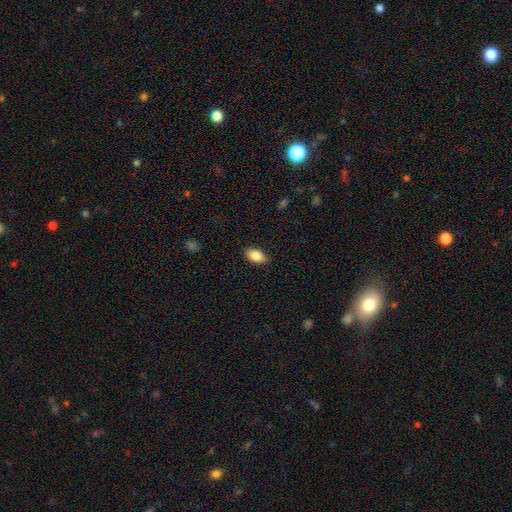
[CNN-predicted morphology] A smooth galaxy with no disk features (83%) that is in between round and cigar-shaped (91%). Merging: none (87%).